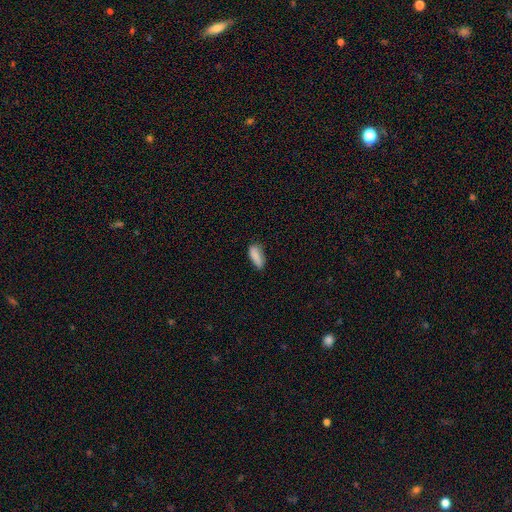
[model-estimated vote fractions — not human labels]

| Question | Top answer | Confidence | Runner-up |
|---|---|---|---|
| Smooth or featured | smooth | 86% | star or artifact (7%) |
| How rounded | in between | 75% | cigar-shaped (23%) |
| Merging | none | 69% | minor disturbance (24%) |